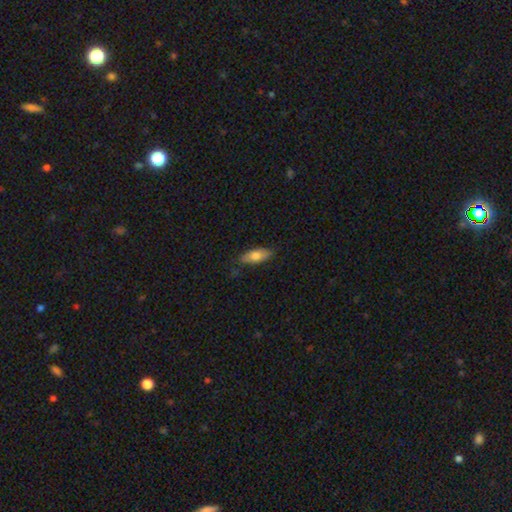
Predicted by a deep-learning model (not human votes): Smooth or featured: smooth — 72% (featured or disk — 21%)
How rounded: in between — 73% (cigar-shaped — 24%)
Merging: none — 79% (minor disturbance — 17%)